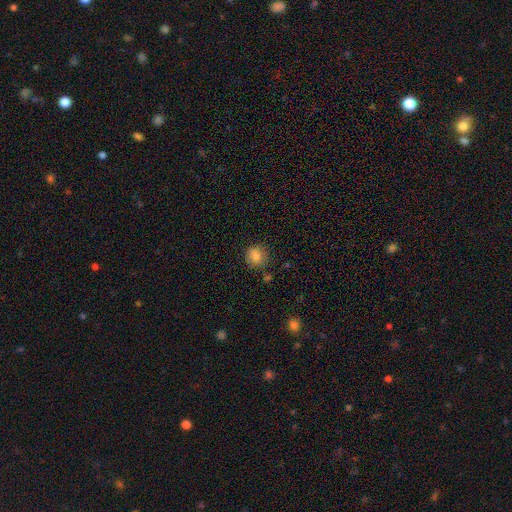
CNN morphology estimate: This appears to be a smooth galaxy with no disk features (84%) that is round (76%). Merging: none (76%).